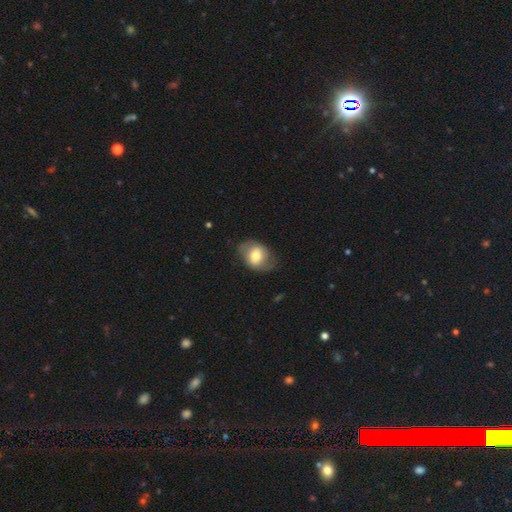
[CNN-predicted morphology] Smooth or featured: smooth — 59% (featured or disk — 34%)
How rounded: in between — 65% (round — 34%)
Merging: none — 69% (minor disturbance — 21%)